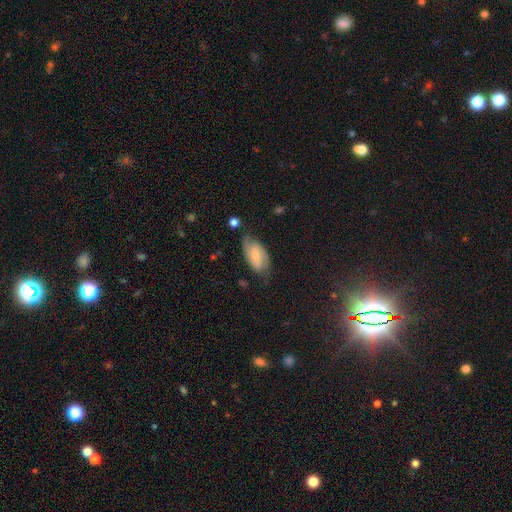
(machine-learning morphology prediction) A featured or disk galaxy (68%) with no bar (43%), 2 (86%) medium (46%) spiral arms (93%) and a small central bulge (49%).

Vote fractions:
- Smooth or featured? featured or disk: 68% / smooth: 25% / star or artifact: 7%
- Edge-on disk? no: 95% / yes: 5%
- Bar? no: 43% / weak: 41% / strong: 15%
- Spiral arms? yes: 93% / no: 7%
- Spiral winding? medium: 46% / tight: 33% / loose: 21%
- Spiral arm count? 2: 86% / can't tell: 8% / 1: 2% / 3: 2% / 4: 1% / more than 4: 1%
- Bulge size? small: 49% / moderate: 39% / none: 6% / large: 4% / dominant: 1%
- Merging? none: 68% / minor disturbance: 22% / major disturbance: 8% / merger: 2%